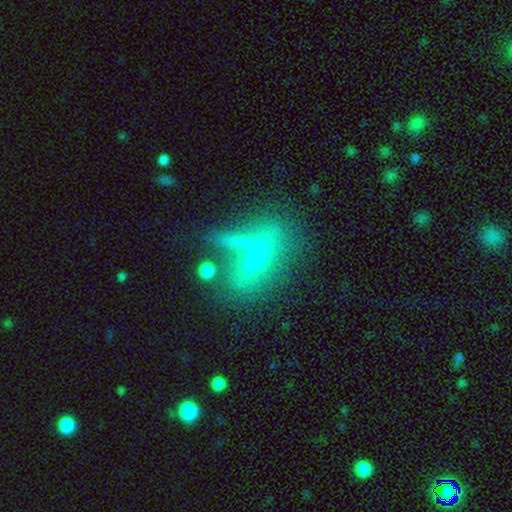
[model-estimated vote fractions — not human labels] A smooth galaxy with no disk features (46%).

Vote fractions:
- Smooth or featured? smooth: 46% / featured or disk: 41% / star or artifact: 13%
- Merging? none: 51% / merger: 19% / minor disturbance: 18% / major disturbance: 12%